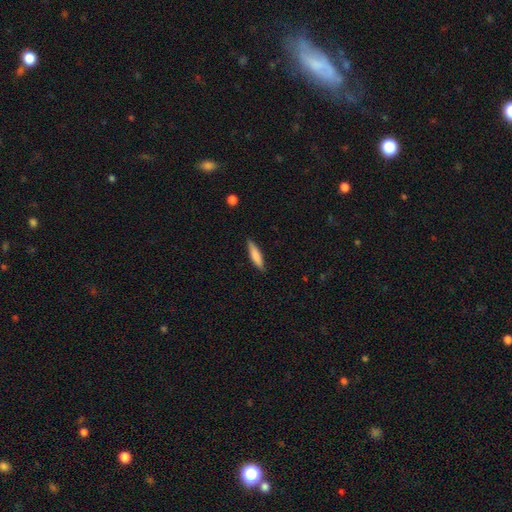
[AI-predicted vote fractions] smooth 80%, featured or disk 15%, star or artifact 6%. Down the decision tree: how rounded — cigar-shaped (78%); merging — none (86%).